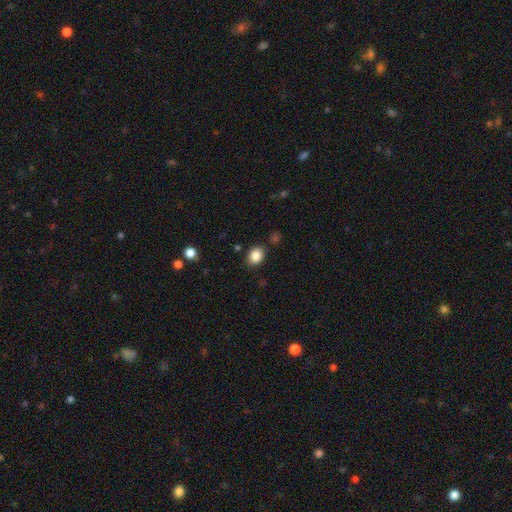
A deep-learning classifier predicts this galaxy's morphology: This is clearly a smooth galaxy (86%). How rounded: possibly in between (58%). Merging: clearly none (83%).